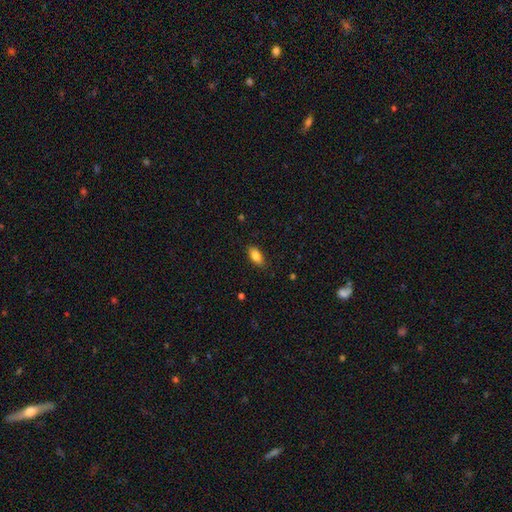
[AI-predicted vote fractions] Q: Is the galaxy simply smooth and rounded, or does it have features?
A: smooth — 84%.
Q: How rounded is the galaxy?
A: in between — 88%.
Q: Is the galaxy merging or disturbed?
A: none — 86%.